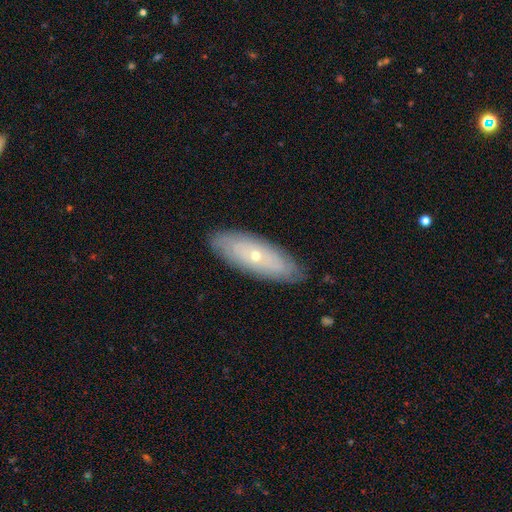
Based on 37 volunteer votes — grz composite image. It shows a featured or disk galaxy (68%) with no bar (86%), no spiral arms (55%) and a small central bulge (55%). Merging: none (77%).